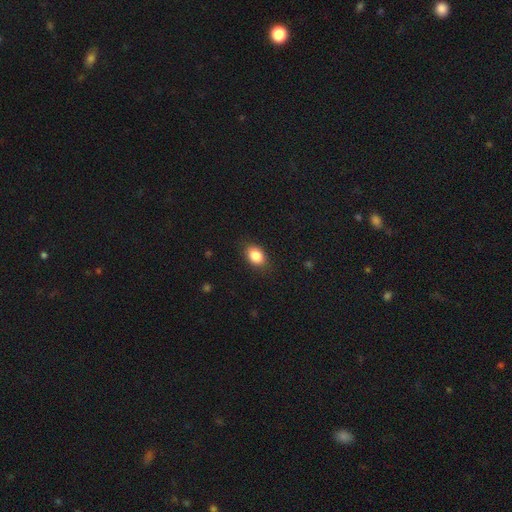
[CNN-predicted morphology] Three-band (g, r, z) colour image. It shows a smooth galaxy with no disk features (86%) that is in between round and cigar-shaped (79%). Merging: none (85%).